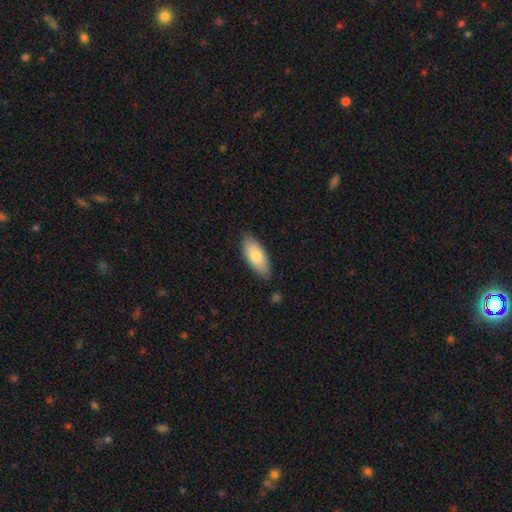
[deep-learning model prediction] Overall: smooth (78%). How rounded: in between (81%). Merging: none (83%).